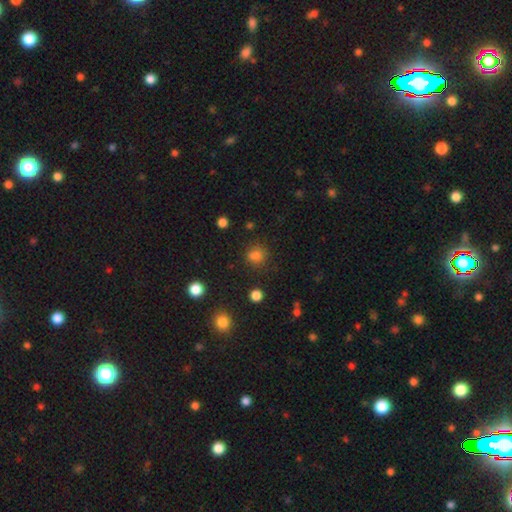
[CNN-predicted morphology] This appears to be a smooth galaxy with no disk features (78%) that is round (78%). Merging: none (74%).